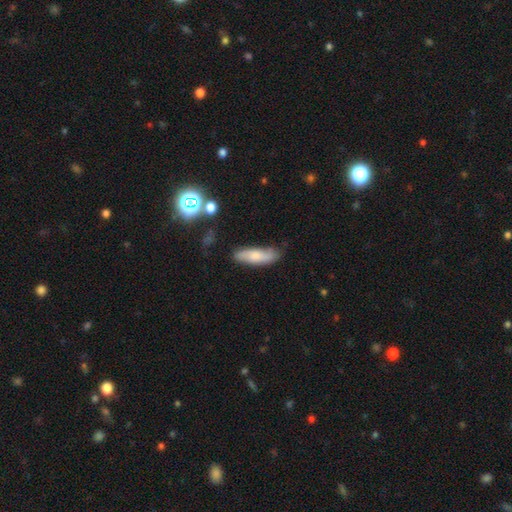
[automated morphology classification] Q: Smooth or featured?
A: smooth (70%); runner-up: featured or disk (22%)
Q: How rounded?
A: cigar-shaped (56%); runner-up: in between (42%)
Q: Merging?
A: none (77%); runner-up: minor disturbance (17%)